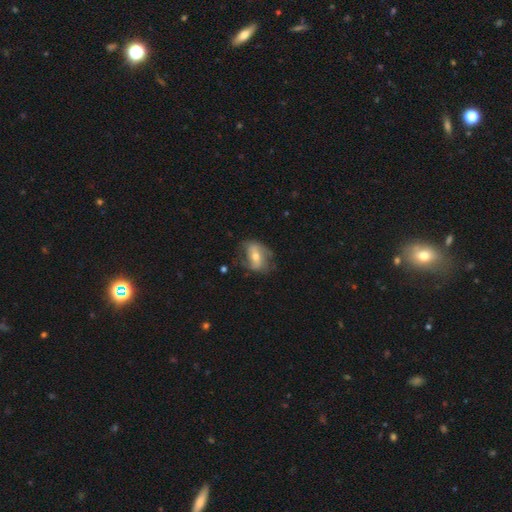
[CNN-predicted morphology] Overall: featured or disk (60%; smooth 33%). Edge-on disk: no (92%). Bar: strong (38%; weak 33%). Spiral arms: yes (71%). Bulge size: moderate (60%; small 34%). Merging: none (62%; minor disturbance 24%).